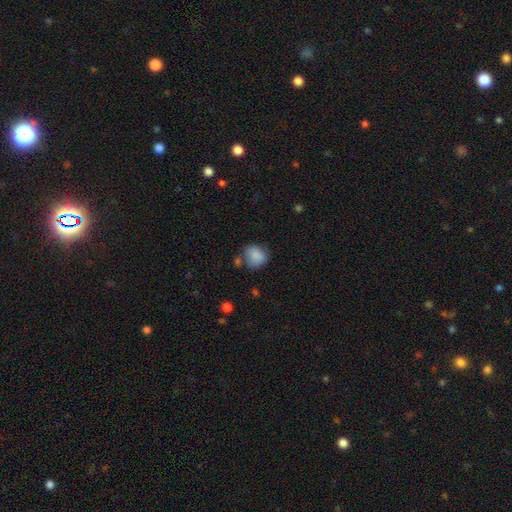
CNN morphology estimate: Smooth or featured: smooth — 86% (star or artifact — 8%)
How rounded: round — 73% (in between — 26%)
Merging: none — 62% (minor disturbance — 22%)